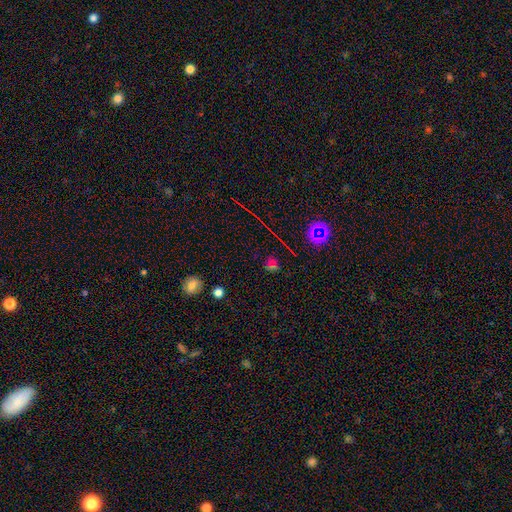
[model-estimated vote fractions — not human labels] The model was most divided on "smooth or featured": star or artifact: 48%, smooth: 42%, featured or disk: 9%.